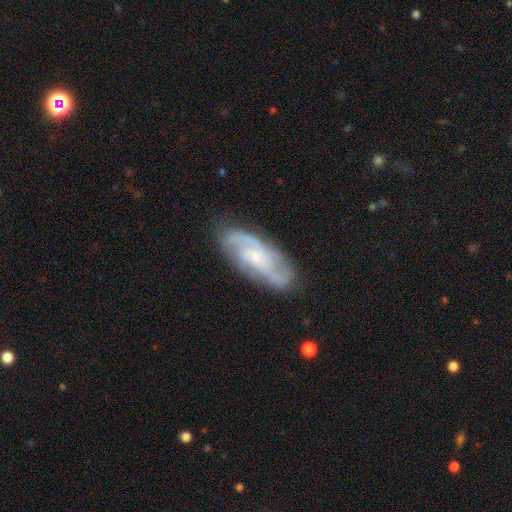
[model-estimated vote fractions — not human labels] A featured or disk galaxy (82%) with no bar (57%), 2 (51%) medium (50%) spiral arms (96%) and a small central bulge (66%). Merging: none (78%).